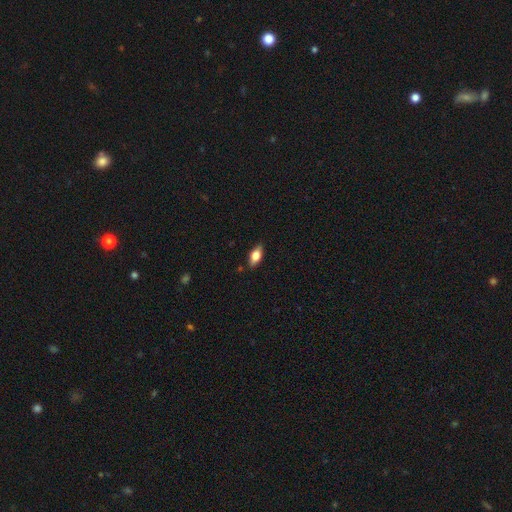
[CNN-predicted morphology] Q: Smooth or featured?
A: smooth (72%); runner-up: featured or disk (21%)
Q: How rounded?
A: in between (84%); runner-up: cigar-shaped (12%)
Q: Merging?
A: none (84%); runner-up: minor disturbance (12%)